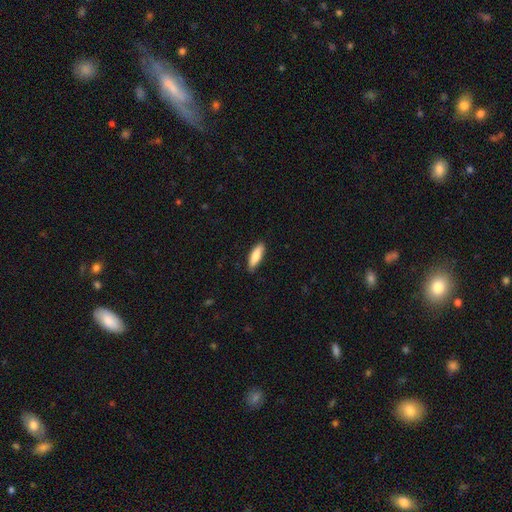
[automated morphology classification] This is clearly a smooth galaxy (83%). How rounded: possibly in between (53%). Merging: clearly none (84%).